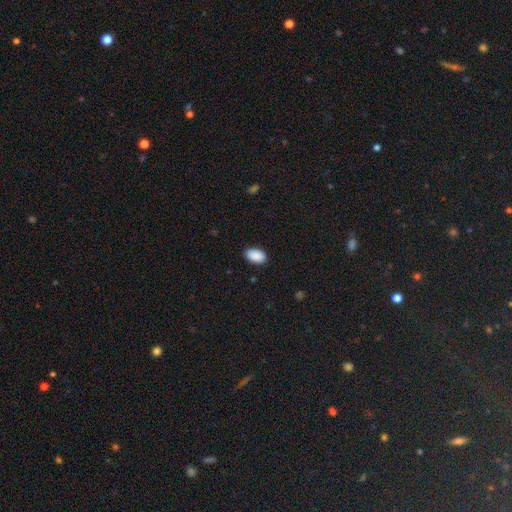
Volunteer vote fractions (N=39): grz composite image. It shows a smooth galaxy with no disk features (92%) that is in between round and cigar-shaped (94%). Merging: none (97%).